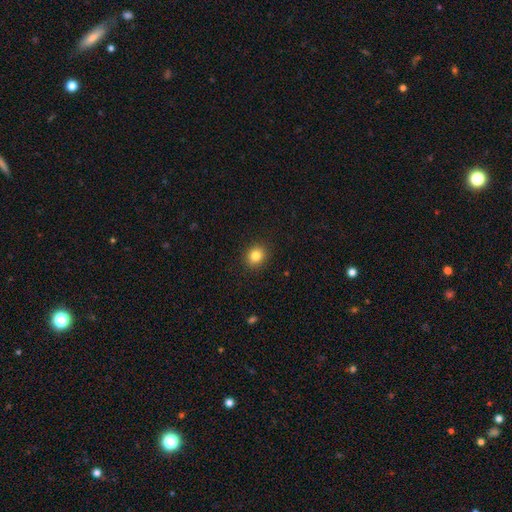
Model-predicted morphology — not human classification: Overall: smooth (84%). How rounded: round (72%). Merging: none (91%).